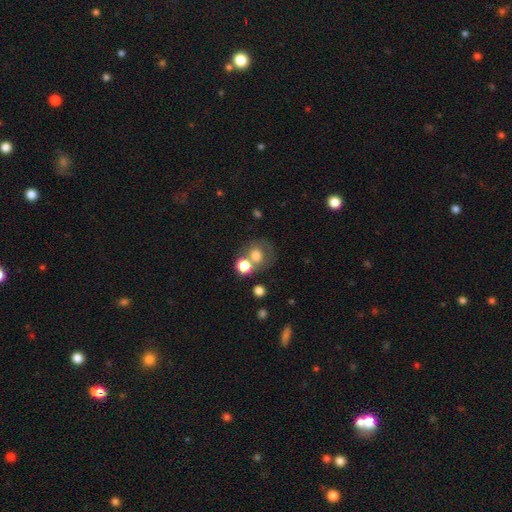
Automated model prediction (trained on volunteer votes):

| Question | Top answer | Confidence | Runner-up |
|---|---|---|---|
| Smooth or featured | smooth | 69% | featured or disk (19%) |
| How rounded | round | 77% | in between (22%) |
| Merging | none | 43% | merger (37%) |